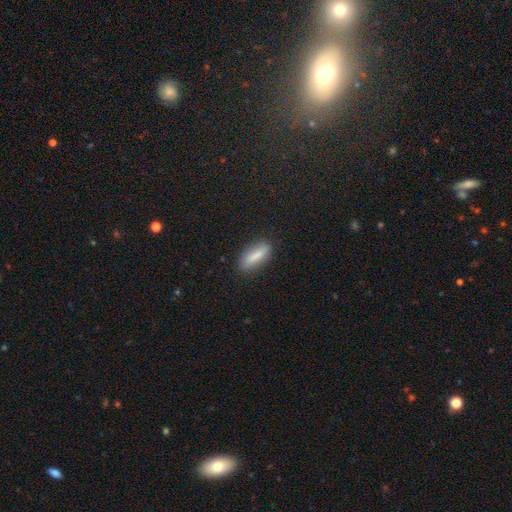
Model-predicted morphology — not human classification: smooth 80%, featured or disk 13%, star or artifact 7%. Down the decision tree: how rounded — in between (52%); merging — none (84%).